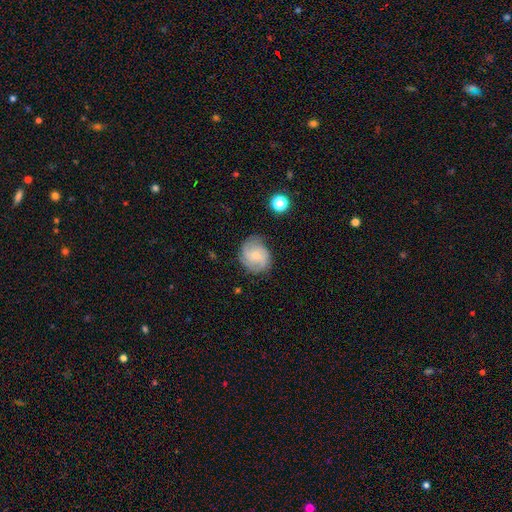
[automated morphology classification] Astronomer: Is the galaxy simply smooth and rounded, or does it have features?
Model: featured or disk — 73%.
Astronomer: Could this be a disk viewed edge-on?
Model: no — 98%.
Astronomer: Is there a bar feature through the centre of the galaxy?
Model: no — 61%.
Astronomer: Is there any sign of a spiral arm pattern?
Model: yes — 95%.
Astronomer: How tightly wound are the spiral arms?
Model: tight — 44% (runner-up: medium, 43%).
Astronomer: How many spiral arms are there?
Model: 3 — 42% (runner-up: 2, 22%).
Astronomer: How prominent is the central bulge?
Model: small — 64%.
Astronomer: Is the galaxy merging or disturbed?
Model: none — 75%.